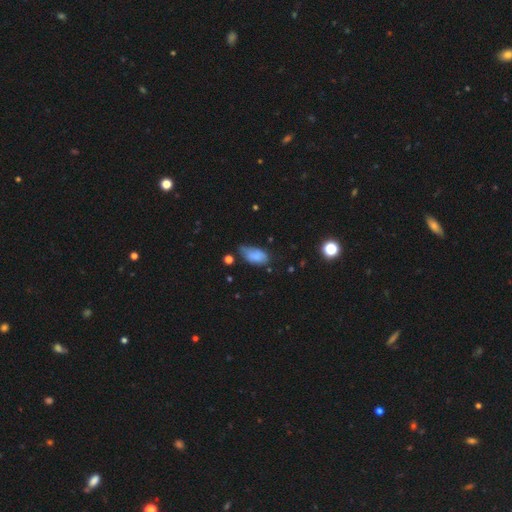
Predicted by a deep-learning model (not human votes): Smooth or featured? smooth (79%)
How rounded? in between (91%)
Merging? minor disturbance (44%)